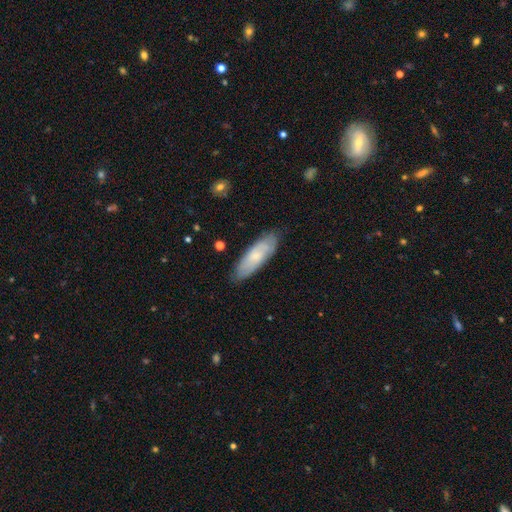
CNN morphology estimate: smooth_or_featured: smooth (p=0.57) [alt: featured or disk p=0.37]
how_rounded: in between (p=0.54) [alt: cigar-shaped p=0.44]
merging: none (p=0.79) [alt: minor disturbance p=0.16]